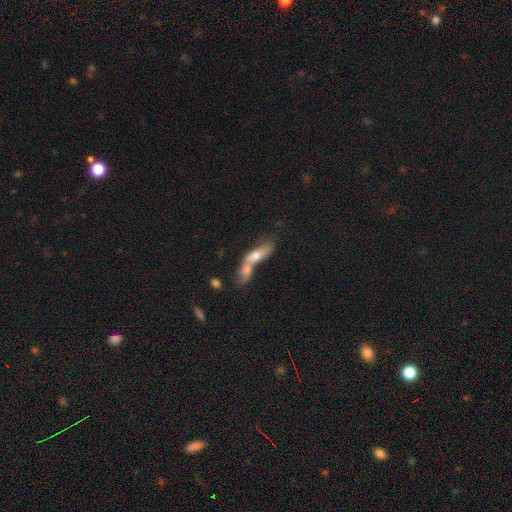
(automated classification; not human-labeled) Smooth or featured? smooth (57%)
How rounded? in between (50%)
Merging? merger (72%)